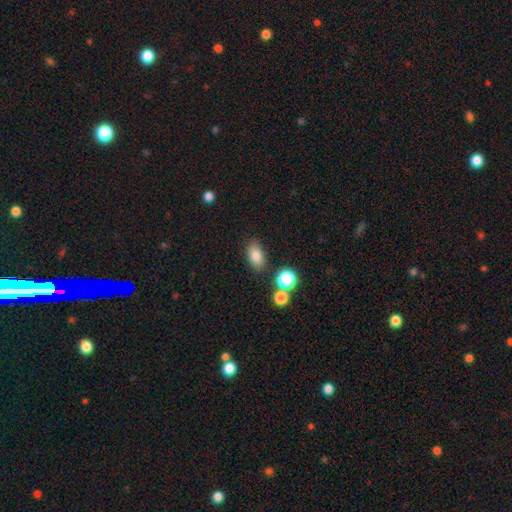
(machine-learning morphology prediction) Smooth or featured?
  - smooth: 82% *
  - star or artifact: 11%
  - featured or disk: 8%
How rounded?
  - in between: 87% *
  - round: 11%
  - cigar-shaped: 3%
Merging?
  - none: 83% *
  - minor disturbance: 10%
  - merger: 4%
  - major disturbance: 3%